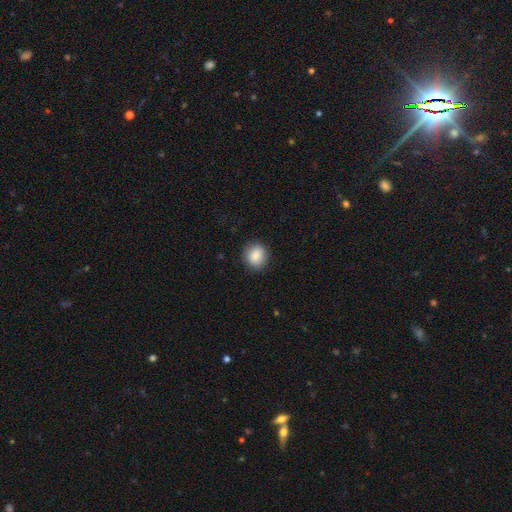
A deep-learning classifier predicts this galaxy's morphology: This appears to be a smooth galaxy with no disk features (86%) that is round (78%). Merging: none (88%).